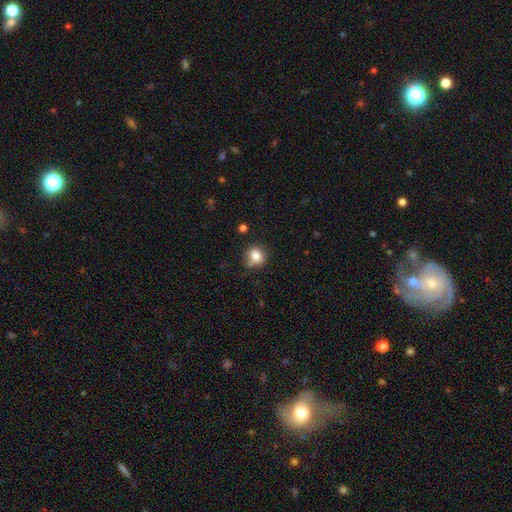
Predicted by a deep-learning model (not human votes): Smooth or featured: smooth — 81% (star or artifact — 11%)
How rounded: round — 80% (in between — 19%)
Merging: none — 70% (minor disturbance — 19%)